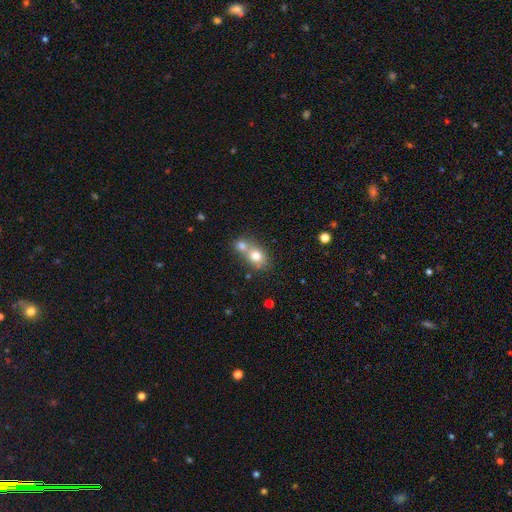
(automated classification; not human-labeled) smooth 73%, featured or disk 16%, star or artifact 10%. Down the decision tree: how rounded — round (52%); merging — merger (59%).